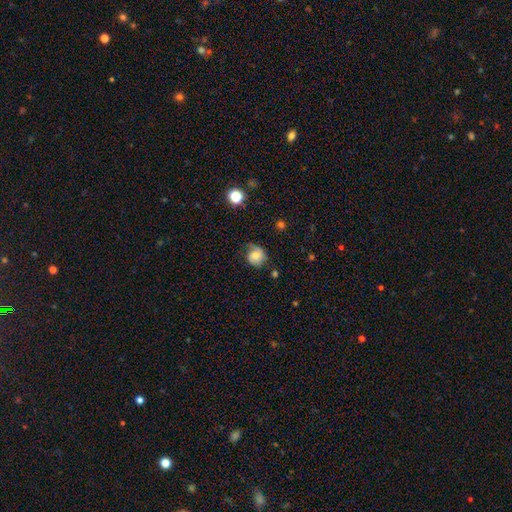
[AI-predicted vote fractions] smooth_or_featured: smooth (p=0.58) [alt: featured or disk p=0.32]
how_rounded: round (p=0.77) [alt: in between p=0.22]
merging: none (p=0.54) [alt: minor disturbance p=0.29]